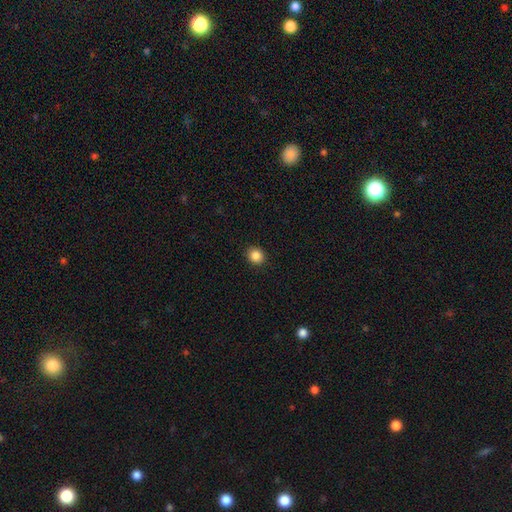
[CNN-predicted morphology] smooth-or-featured: smooth: 87% | star or artifact: 10% | featured or disk: 3%
  how-rounded: round: 80% | in between: 19% | cigar-shaped: 1%
  merging: none: 92% | minor disturbance: 6% | major disturbance: 2% | merger: 1%